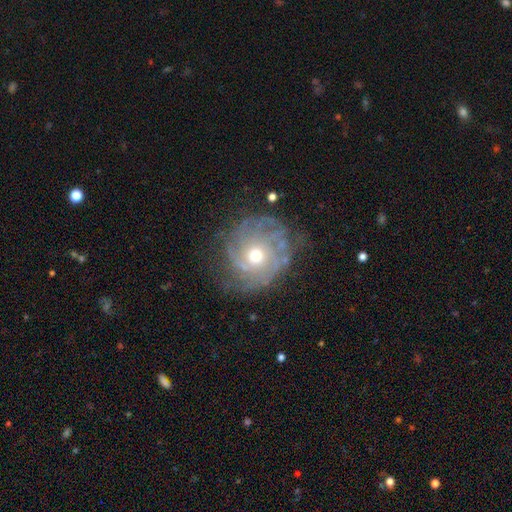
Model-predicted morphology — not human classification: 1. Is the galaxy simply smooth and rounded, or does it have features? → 79% featured or disk, 13% smooth, 9% star or artifact.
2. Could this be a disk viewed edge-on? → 97% no, 3% yes.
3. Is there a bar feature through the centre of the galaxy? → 83% no, 14% weak, 3% strong.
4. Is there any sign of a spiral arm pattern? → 87% yes, 13% no.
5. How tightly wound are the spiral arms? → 61% tight, 28% medium, 11% loose.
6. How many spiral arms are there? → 43% can't tell, 16% 3, 13% 4, 13% 2, 10% more than 4, 6% 1.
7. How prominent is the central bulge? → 59% moderate, 35% small, 4% large, 1% none, 1% dominant.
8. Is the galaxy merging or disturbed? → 65% none, 20% minor disturbance, 13% major disturbance, 2% merger.